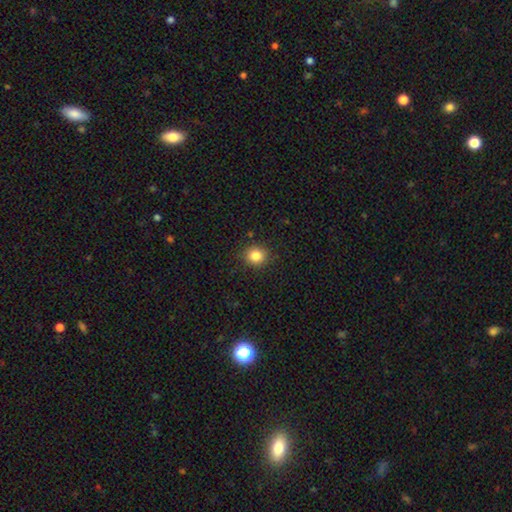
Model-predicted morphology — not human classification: Smooth or featured: smooth — 84% (star or artifact — 11%)
How rounded: round — 84% (in between — 15%)
Merging: none — 89% (minor disturbance — 7%)